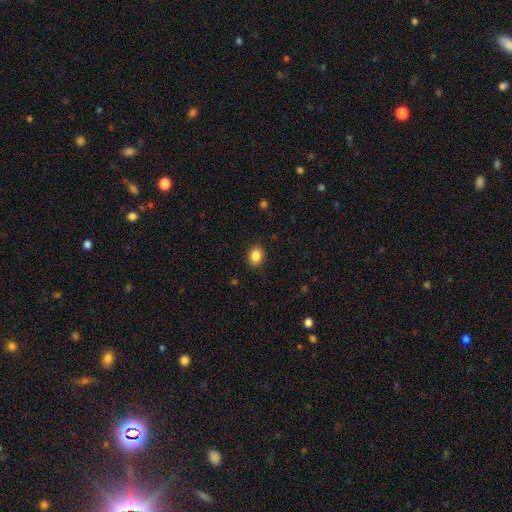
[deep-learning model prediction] Smooth or featured? Predicted: smooth (p=0.87). How rounded? Predicted: in between (p=0.53). Merging? Predicted: none (p=0.89).